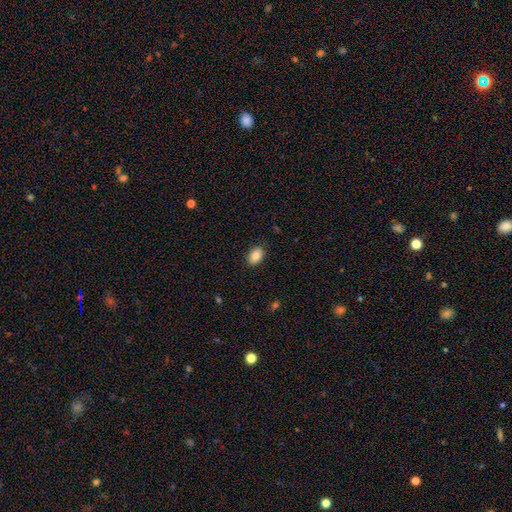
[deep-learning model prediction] Overall: smooth (87%). How rounded: in between (87%). Merging: none (88%).